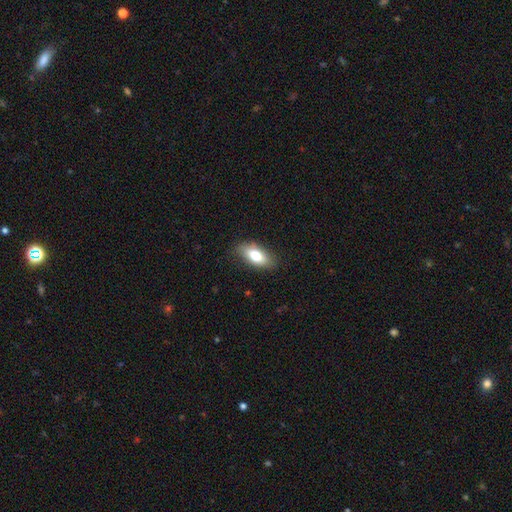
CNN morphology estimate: This is likely a smooth galaxy (74%). How rounded: clearly in between (84%). Merging: clearly none (84%).